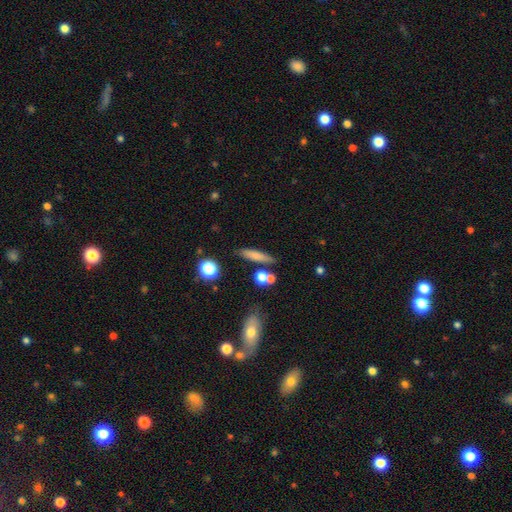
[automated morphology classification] Smooth or featured? Predicted: smooth (p=0.73). How rounded? Predicted: cigar-shaped (p=0.77). Merging? Predicted: none (p=0.76).